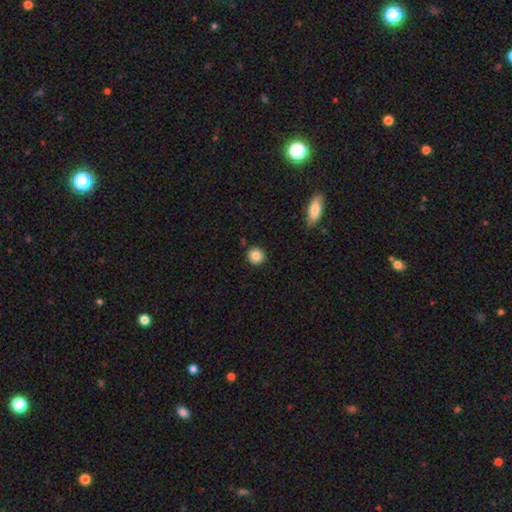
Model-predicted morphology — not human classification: Smooth or featured? smooth (86%)
How rounded? round (94%)
Merging? none (90%)